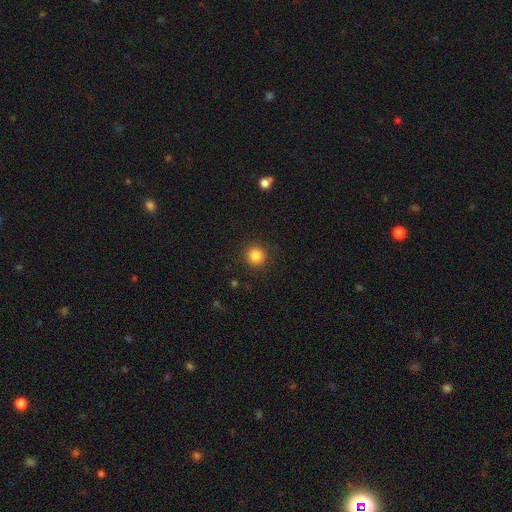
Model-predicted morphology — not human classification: Smooth or featured? smooth (85%)
How rounded? round (95%)
Merging? none (91%)